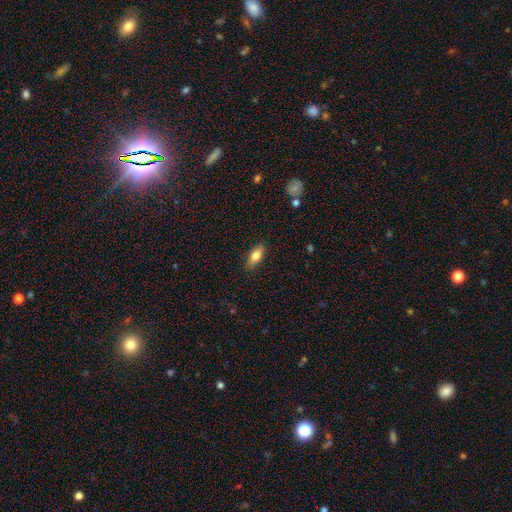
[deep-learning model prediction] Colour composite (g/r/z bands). It shows a smooth galaxy with no disk features (77%) that is in between round and cigar-shaped (78%). Merging: none (86%).